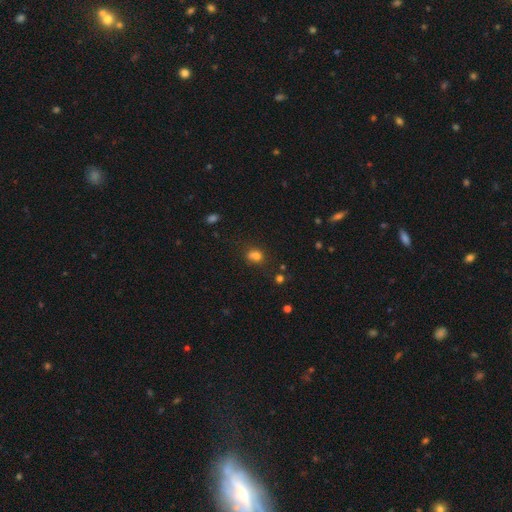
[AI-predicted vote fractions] Smooth or featured? smooth (74%)
How rounded? round (63%)
Merging? none (49%)